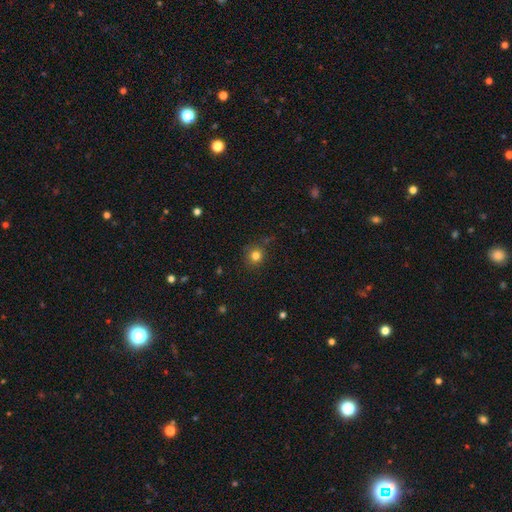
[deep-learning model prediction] Q: Smooth or featured?
A: smooth (80%); runner-up: star or artifact (14%)
Q: How rounded?
A: round (90%); runner-up: in between (9%)
Q: Merging?
A: none (84%); runner-up: minor disturbance (11%)